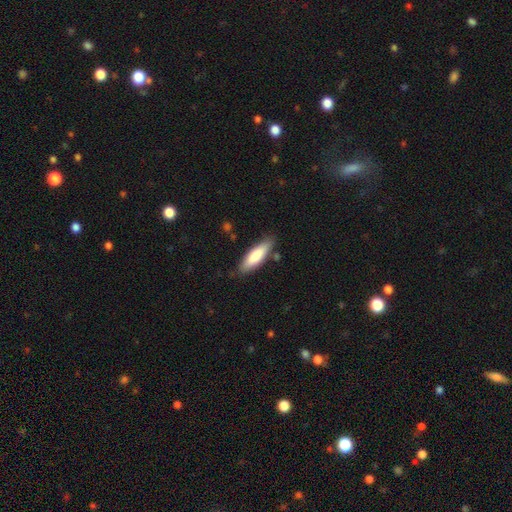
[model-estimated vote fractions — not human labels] Morphology: type=smooth (78%); roundness=cigar-shaped (55%); merging=none (81%).